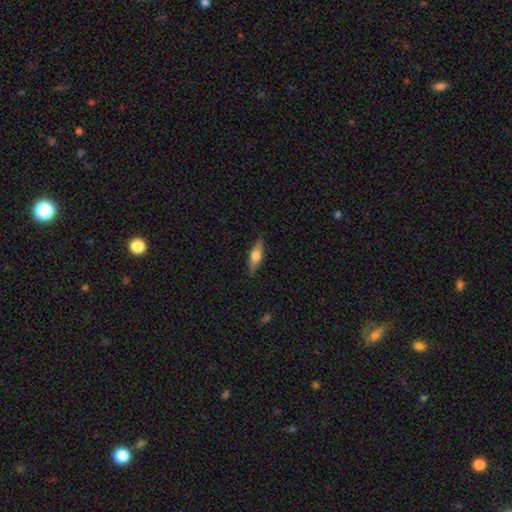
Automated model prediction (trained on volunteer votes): Smooth or featured? Predicted: smooth (p=0.54). How rounded? Predicted: cigar-shaped (p=0.54). Merging? Predicted: none (p=0.87).